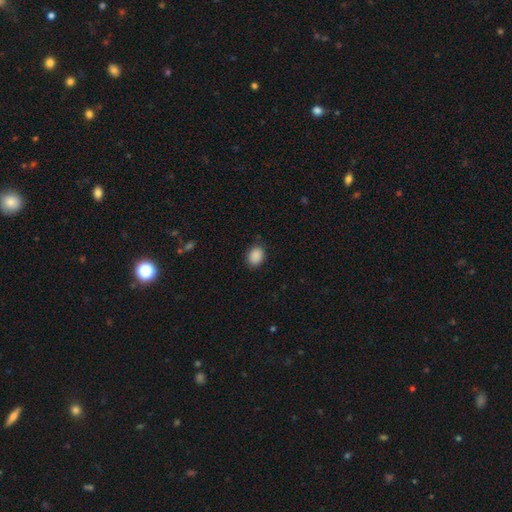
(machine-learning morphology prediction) type=smooth (89%); roundness=in between (57%); merging=none (86%).